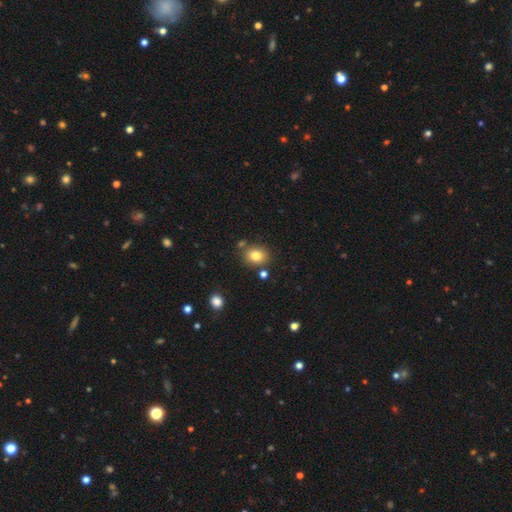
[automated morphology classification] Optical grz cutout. It shows a smooth galaxy with no disk features (81%) that is round (56%). Merging: none (77%).